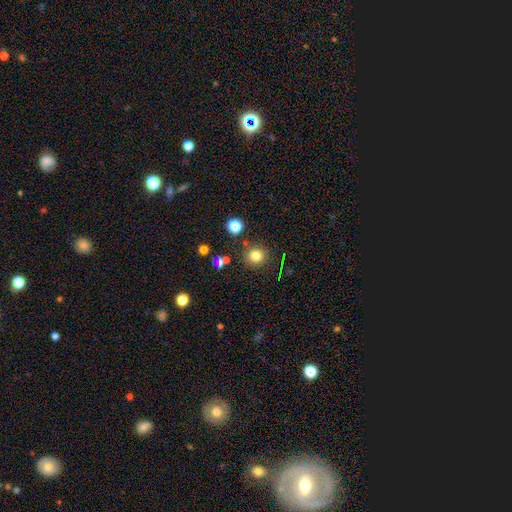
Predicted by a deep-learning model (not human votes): Morphology: type=smooth (78%); roundness=round (91%); merging=none (85%).